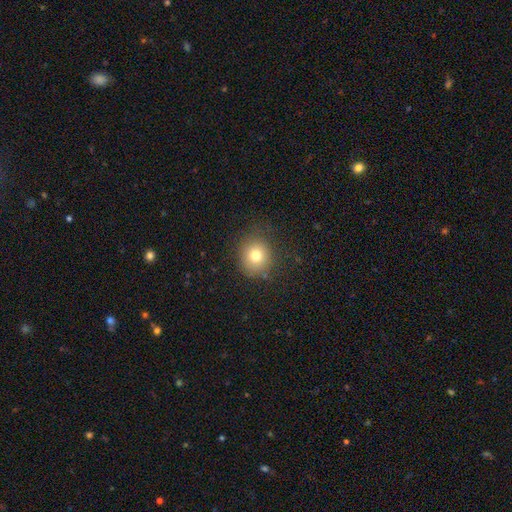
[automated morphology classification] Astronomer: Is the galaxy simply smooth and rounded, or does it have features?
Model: smooth — 75%.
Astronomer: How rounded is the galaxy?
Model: round — 85%.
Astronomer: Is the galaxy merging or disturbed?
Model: none — 82%.